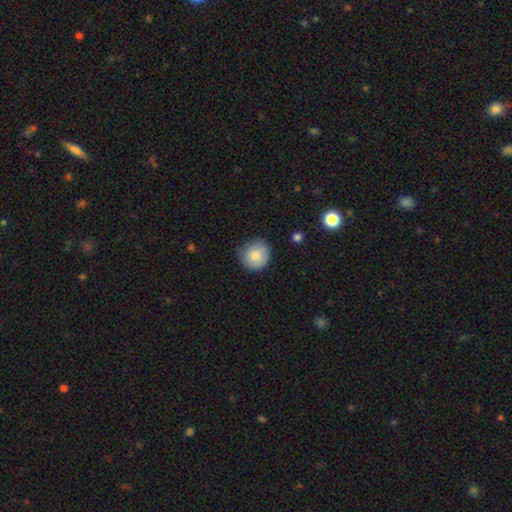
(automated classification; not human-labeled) smooth 80%, featured or disk 12%, star or artifact 7%. Down the decision tree: how rounded — round (91%); merging — none (79%).